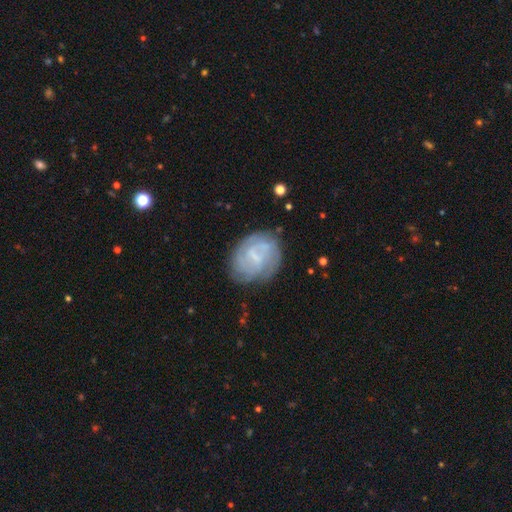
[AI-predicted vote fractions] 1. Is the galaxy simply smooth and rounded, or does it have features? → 68% featured or disk, 25% smooth, 7% star or artifact.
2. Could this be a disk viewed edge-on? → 98% no, 2% yes.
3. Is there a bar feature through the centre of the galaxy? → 54% weak, 26% no, 20% strong.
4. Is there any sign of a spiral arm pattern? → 80% yes, 20% no.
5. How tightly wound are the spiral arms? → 52% tight, 34% medium, 14% loose.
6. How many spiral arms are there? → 42% can't tell, 34% 2, 12% 3, 5% 1, 4% 4, 3% more than 4.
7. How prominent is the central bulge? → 46% small, 36% none, 16% moderate, 2% large, 1% dominant.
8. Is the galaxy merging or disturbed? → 69% none, 20% minor disturbance, 9% major disturbance, 2% merger.